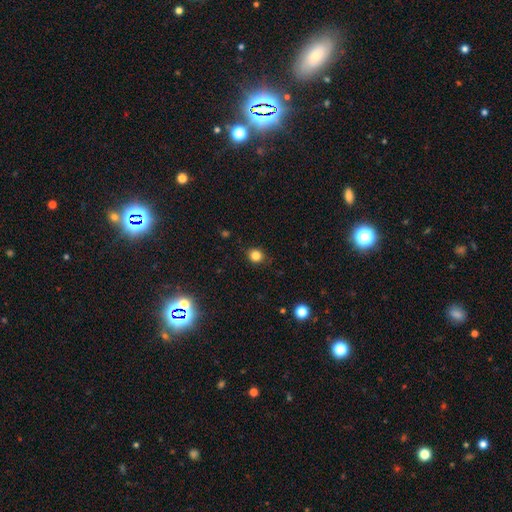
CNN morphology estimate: Smooth or featured? Predicted: smooth (p=0.82). How rounded? Predicted: round (p=0.82). Merging? Predicted: none (p=0.88).